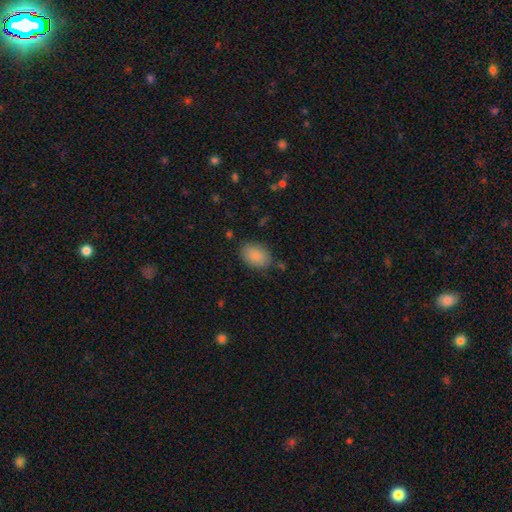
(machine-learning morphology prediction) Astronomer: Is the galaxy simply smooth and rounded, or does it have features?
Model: smooth — 86%.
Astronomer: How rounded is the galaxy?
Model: in between — 84%.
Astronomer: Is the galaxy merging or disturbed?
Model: none — 79%.